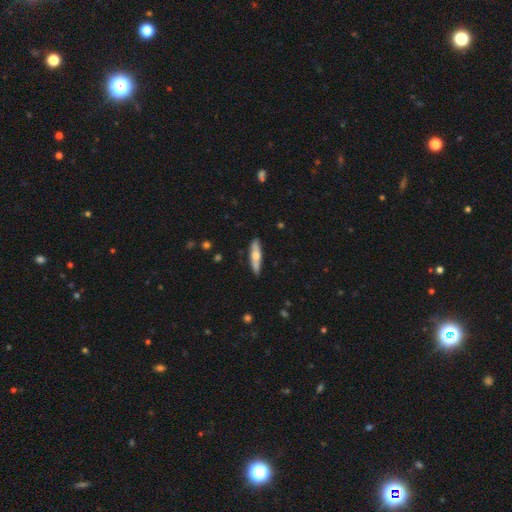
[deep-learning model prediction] smooth_or_featured: smooth (p=0.54) [alt: featured or disk p=0.41]
how_rounded: cigar-shaped (p=0.73) [alt: in between p=0.25]
merging: none (p=0.88) [alt: minor disturbance p=0.09]